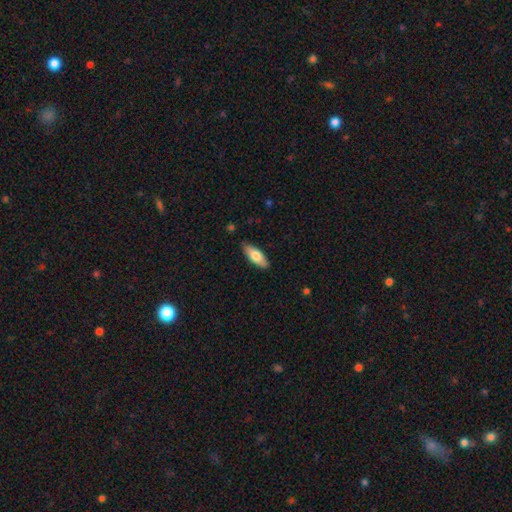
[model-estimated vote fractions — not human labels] A smooth galaxy with no disk features (72%) that is in between round and cigar-shaped (73%). Merging: none (86%).